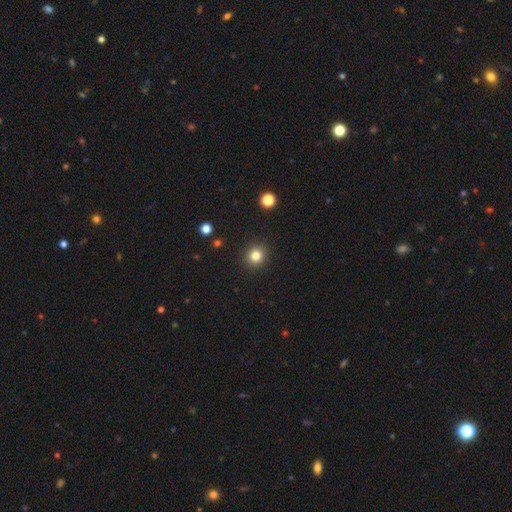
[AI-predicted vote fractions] smooth 82%, star or artifact 12%, featured or disk 6%. Down the decision tree: how rounded — round (88%); merging — none (92%).